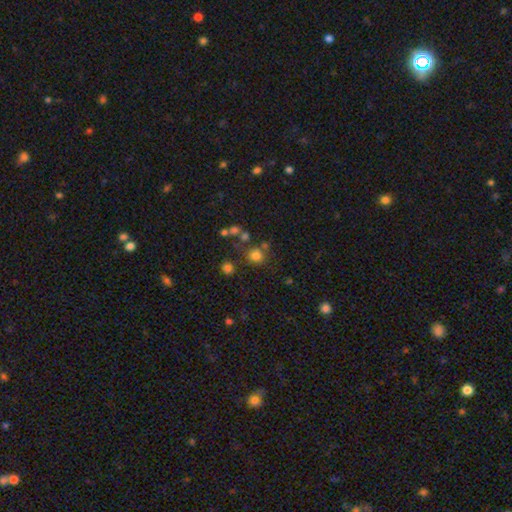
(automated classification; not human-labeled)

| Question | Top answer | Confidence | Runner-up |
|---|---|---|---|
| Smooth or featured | smooth | 75% | star or artifact (18%) |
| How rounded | round | 90% | in between (9%) |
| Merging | none | 74% | merger (12%) |